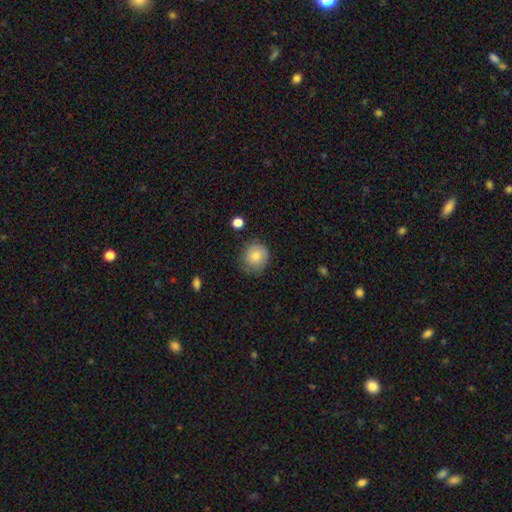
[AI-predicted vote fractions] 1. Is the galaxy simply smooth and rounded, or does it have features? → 81% smooth, 11% featured or disk, 8% star or artifact.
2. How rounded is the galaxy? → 83% round, 16% in between, 1% cigar-shaped.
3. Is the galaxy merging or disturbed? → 70% none, 22% minor disturbance, 6% major disturbance, 2% merger.